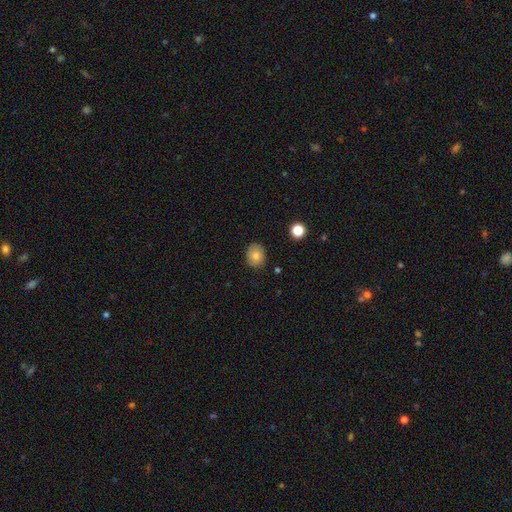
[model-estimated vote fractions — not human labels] This appears to be a smooth galaxy with no disk features (77%) that is round (63%). Merging: none (81%).